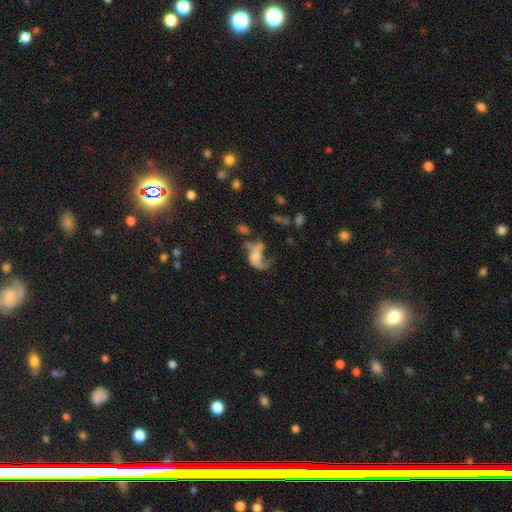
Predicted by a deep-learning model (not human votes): This is possibly a featured or disk galaxy (53%). It is clearly not viewed edge-on (97%). Bar: likely no (73%). Spiral arm pattern: possibly yes (58%). Central bulge: possibly none (49%). Merging: possibly major disturbance (48%).